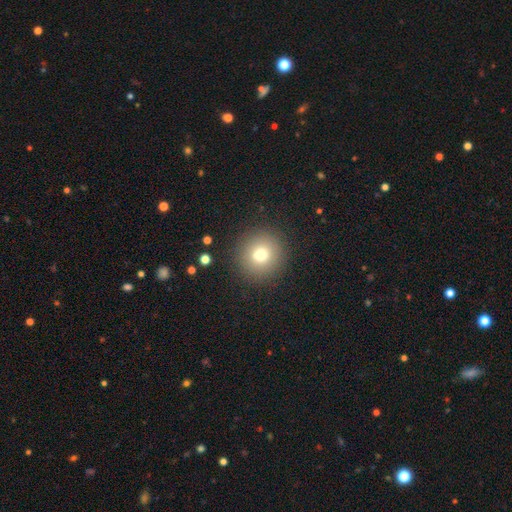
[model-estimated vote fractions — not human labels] smooth-or-featured: smooth: 71% | star or artifact: 20% | featured or disk: 8%
  how-rounded: round: 95% | in between: 4% | cigar-shaped: 1%
  merging: none: 92% | minor disturbance: 5% | major disturbance: 2% | merger: 1%